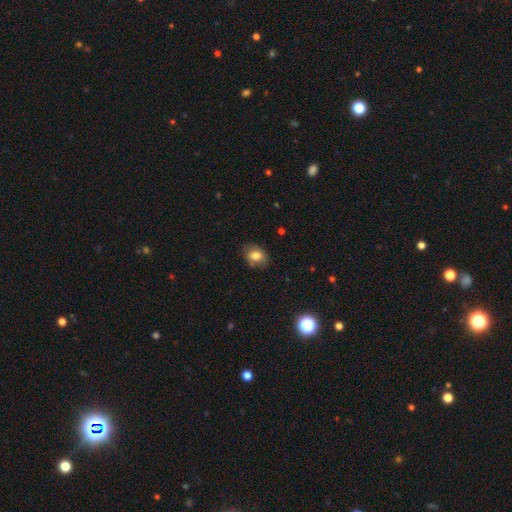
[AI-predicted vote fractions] The model was most divided on "how rounded": in between: 68%, round: 30%, cigar-shaped: 1%. More confident: smooth or featured — smooth (77%); merging — none (74%).